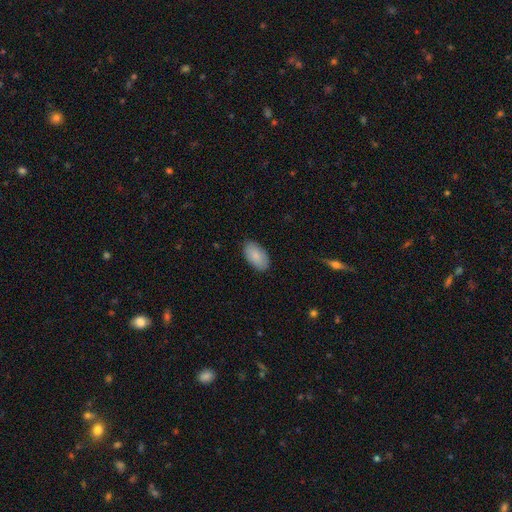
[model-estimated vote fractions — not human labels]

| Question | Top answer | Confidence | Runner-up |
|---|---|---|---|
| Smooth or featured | smooth | 85% | featured or disk (9%) |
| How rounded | in between | 95% | round (3%) |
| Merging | none | 86% | minor disturbance (11%) |